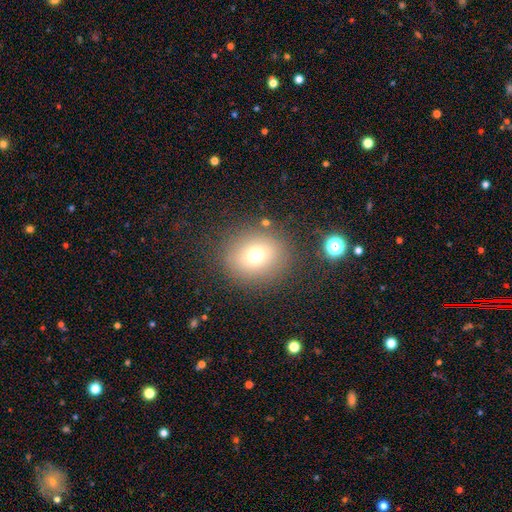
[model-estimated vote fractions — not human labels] The model was most divided on "smooth or featured": smooth: 70%, star or artifact: 17%, featured or disk: 13%. More confident: merging — none (82%); how rounded — round (76%).